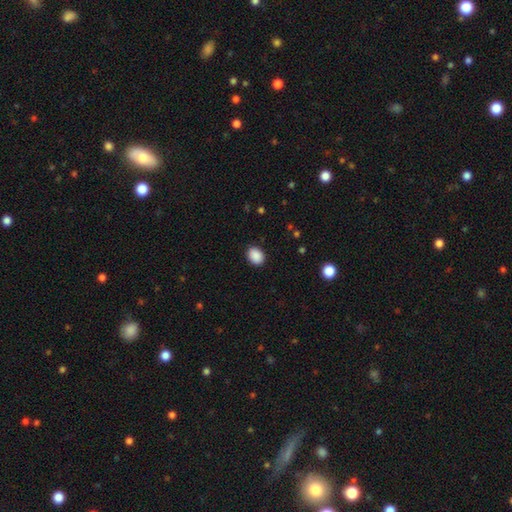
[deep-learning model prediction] This appears to be a smooth galaxy with no disk features (89%) that is in between round and cigar-shaped (64%). Merging: none (89%).